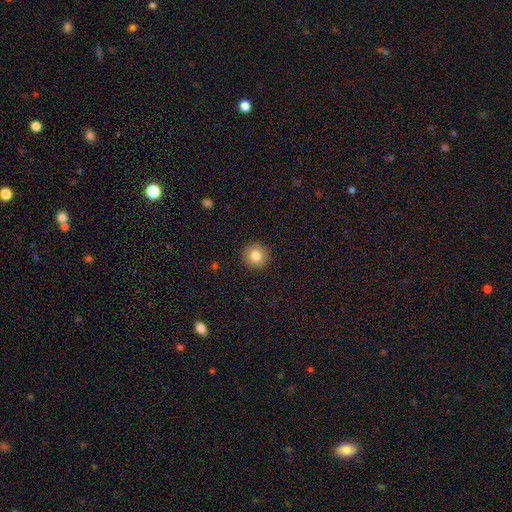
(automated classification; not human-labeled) Smooth or featured? smooth (81%)
How rounded? round (95%)
Merging? none (93%)